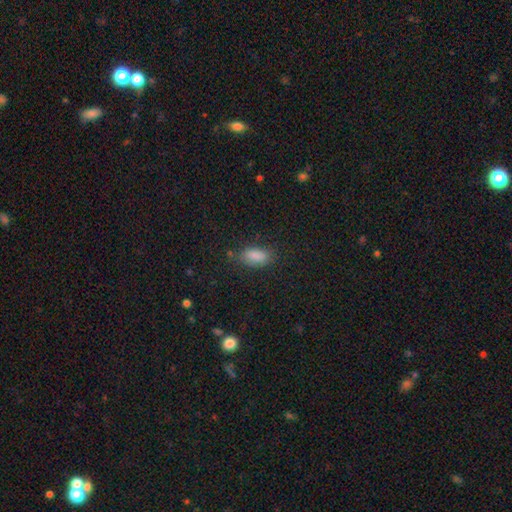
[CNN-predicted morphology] A smooth galaxy with no disk features (85%) that is in between round and cigar-shaped (85%).

Vote fractions:
- Smooth or featured? smooth: 85% / star or artifact: 10% / featured or disk: 6%
- How rounded? in between: 85% / cigar-shaped: 11% / round: 3%
- Merging? none: 76% / minor disturbance: 17% / major disturbance: 5% / merger: 3%